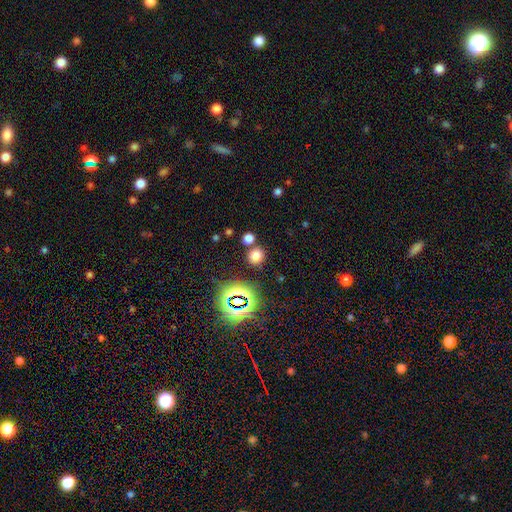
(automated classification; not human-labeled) Smooth or featured? smooth (70%)
How rounded? round (85%)
Merging? none (78%)